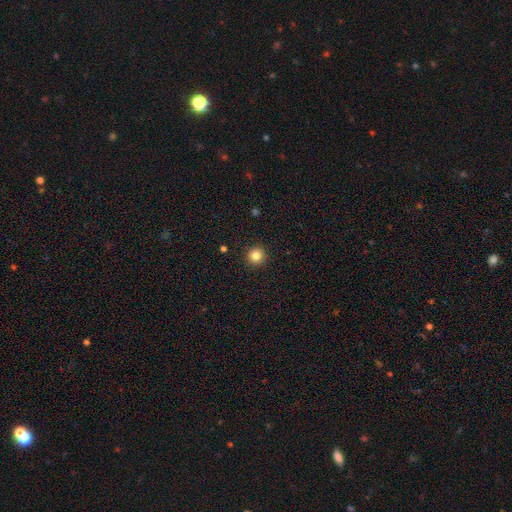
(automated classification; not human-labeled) Smooth or featured: smooth — 83% (star or artifact — 12%)
How rounded: round — 96% (in between — 3%)
Merging: none — 93% (minor disturbance — 4%)